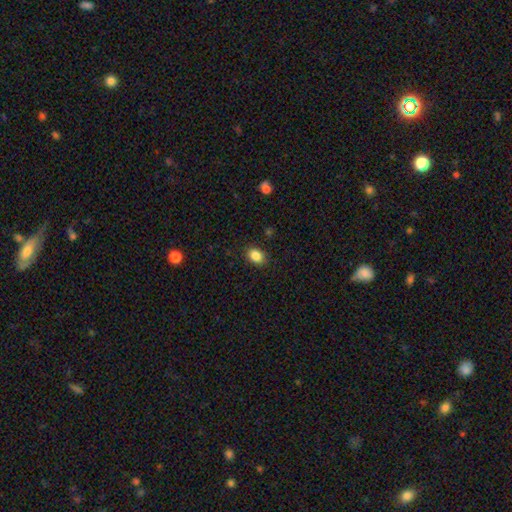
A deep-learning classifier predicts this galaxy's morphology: A smooth galaxy with no disk features (86%) that is in between round and cigar-shaped (73%). Merging: none (87%).